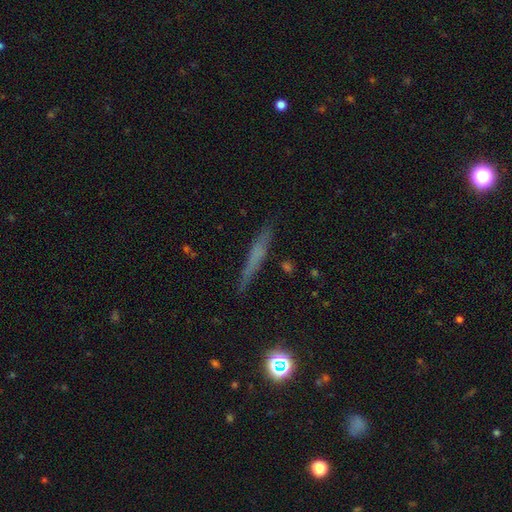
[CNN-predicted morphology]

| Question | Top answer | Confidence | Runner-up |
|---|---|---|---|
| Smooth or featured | smooth | 49% | featured or disk (40%) |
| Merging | none | 84% | minor disturbance (12%) |